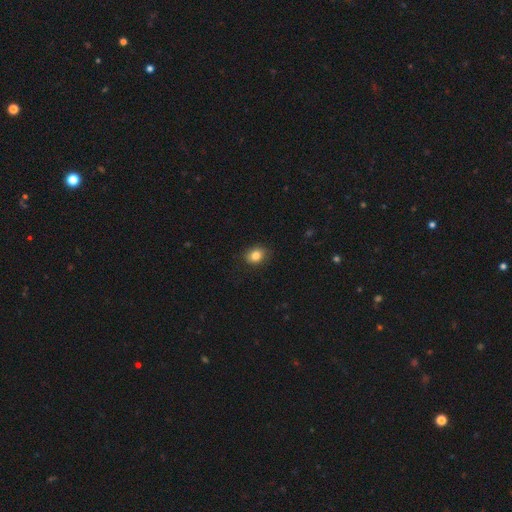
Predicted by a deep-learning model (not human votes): smooth 83%, star or artifact 10%, featured or disk 7%. Down the decision tree: how rounded — in between (50%); merging — none (84%).